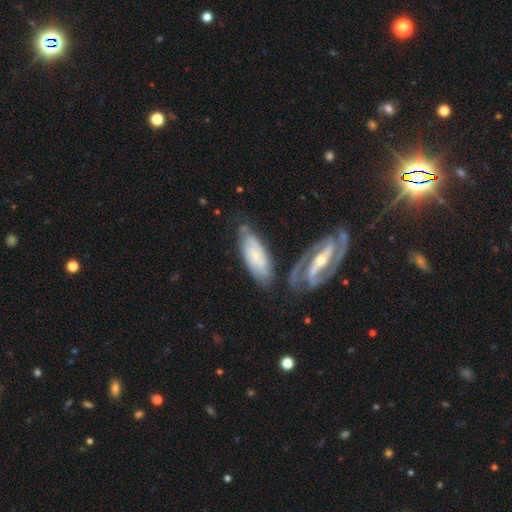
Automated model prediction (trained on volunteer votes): smooth_or_featured: featured or disk (p=0.65) [alt: smooth p=0.29]
disk_edge_on: no (p=0.85) [alt: yes p=0.15]
bar: no (p=0.67) [alt: weak p=0.23]
has_spiral_arms: yes (p=0.86) [alt: no p=0.14]
bulge_size: small (p=0.72) [alt: moderate p=0.21]
merging: none (p=0.57) [alt: minor disturbance p=0.21]